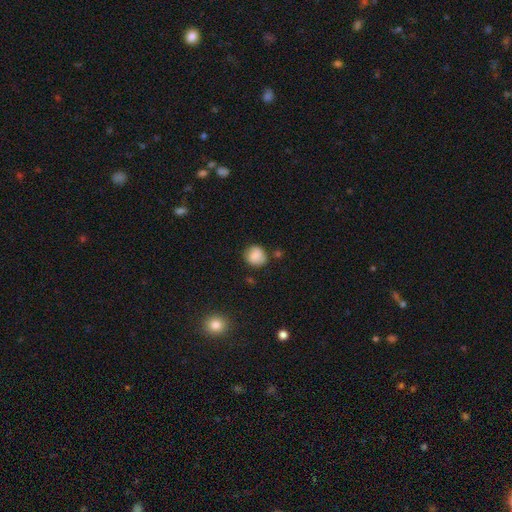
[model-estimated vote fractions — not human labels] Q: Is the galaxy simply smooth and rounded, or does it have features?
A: smooth — 83%.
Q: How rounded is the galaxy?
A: round — 83%.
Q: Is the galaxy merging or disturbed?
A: none — 75%.